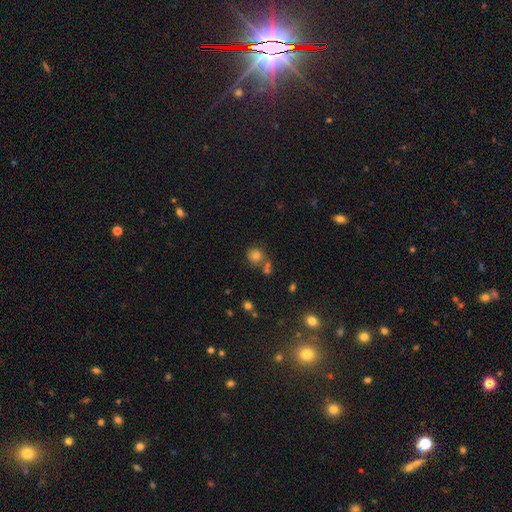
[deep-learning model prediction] Smooth or featured? Predicted: smooth (p=0.77). How rounded? Predicted: round (p=0.86). Merging? Predicted: none (p=0.60).